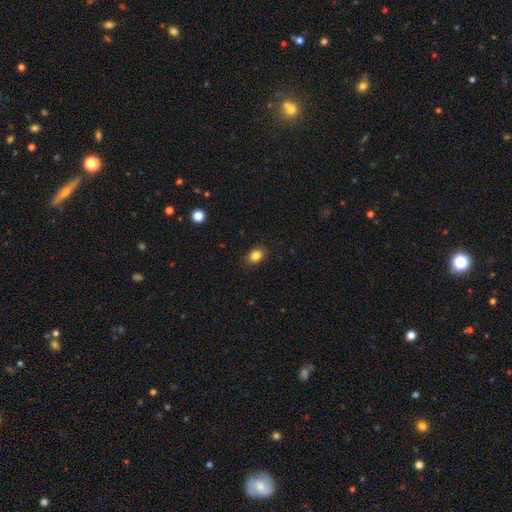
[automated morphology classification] smooth_or_featured: smooth (p=0.84) [alt: star or artifact p=0.10]
how_rounded: in between (p=0.60) [alt: round p=0.39]
merging: none (p=0.87) [alt: minor disturbance p=0.10]